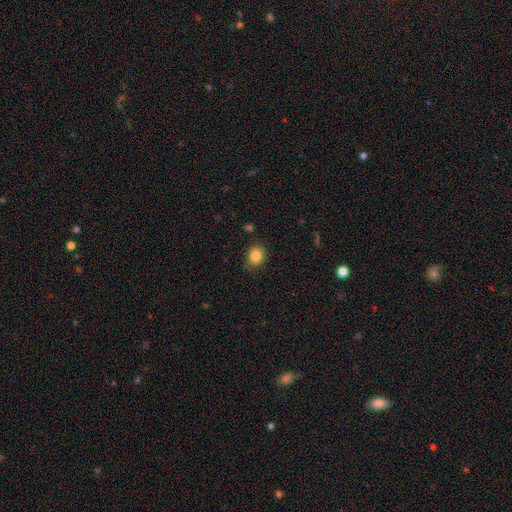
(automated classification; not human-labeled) Morphology: type=smooth (85%); roundness=round (60%); merging=none (85%).